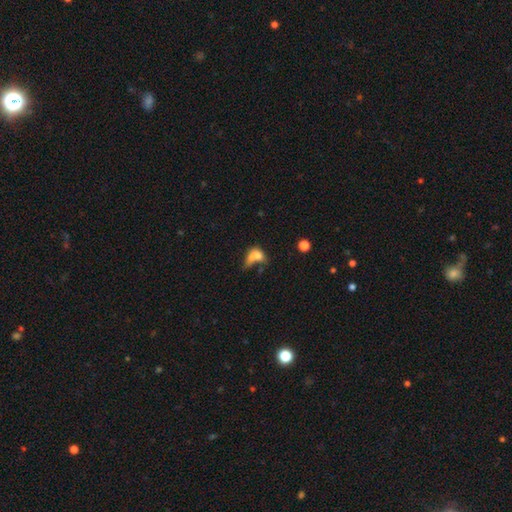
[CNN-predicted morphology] smooth 65%, featured or disk 22%, star or artifact 12%. Down the decision tree: how rounded — in between (69%); merging — merger (49%).